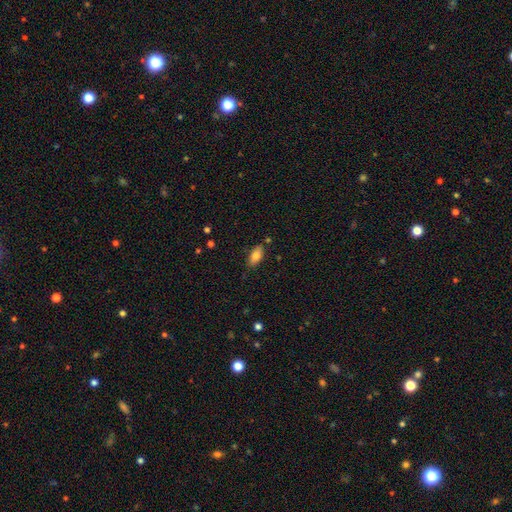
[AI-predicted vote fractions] smooth 82%, featured or disk 10%, star or artifact 8%. Down the decision tree: how rounded — in between (88%); merging — none (82%).